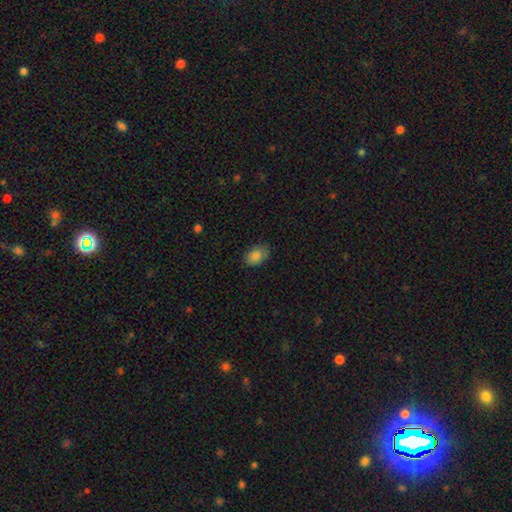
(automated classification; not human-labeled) A smooth galaxy with no disk features (84%) that is in between round and cigar-shaped (83%).

Vote fractions:
- Smooth or featured? smooth: 84% / star or artifact: 8% / featured or disk: 8%
- How rounded? in between: 83% / round: 16% / cigar-shaped: 1%
- Merging? none: 79% / minor disturbance: 17% / major disturbance: 3% / merger: 1%